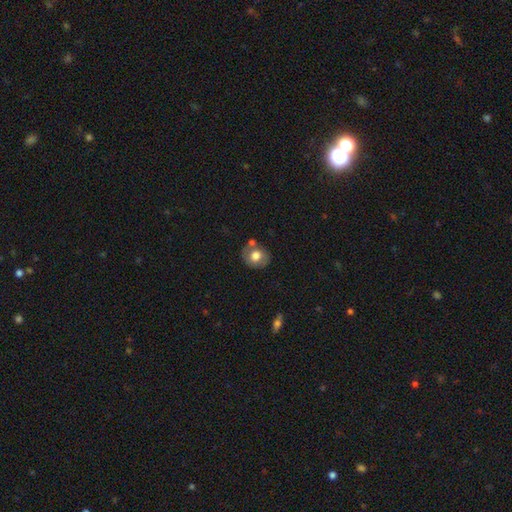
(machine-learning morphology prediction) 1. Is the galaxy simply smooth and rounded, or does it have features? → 65% smooth, 27% featured or disk, 8% star or artifact.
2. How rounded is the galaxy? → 69% round, 31% in between, 1% cigar-shaped.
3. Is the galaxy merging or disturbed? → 64% none, 17% minor disturbance, 15% merger, 5% major disturbance.